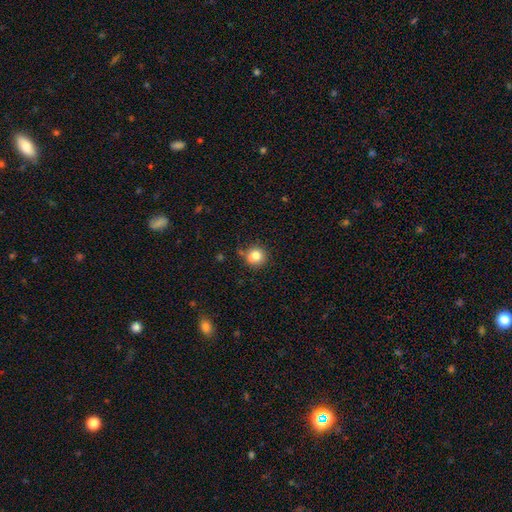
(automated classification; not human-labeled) Morphology: type=smooth (81%); roundness=round (91%); merging=none (74%).